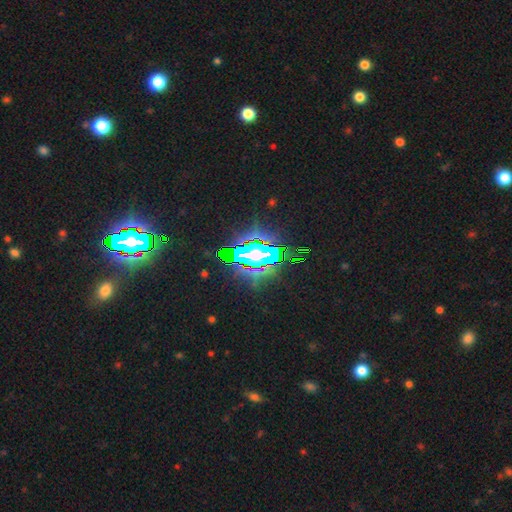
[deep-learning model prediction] Smooth or featured?
  - star or artifact: 83% *
  - smooth: 9%
  - featured or disk: 8%